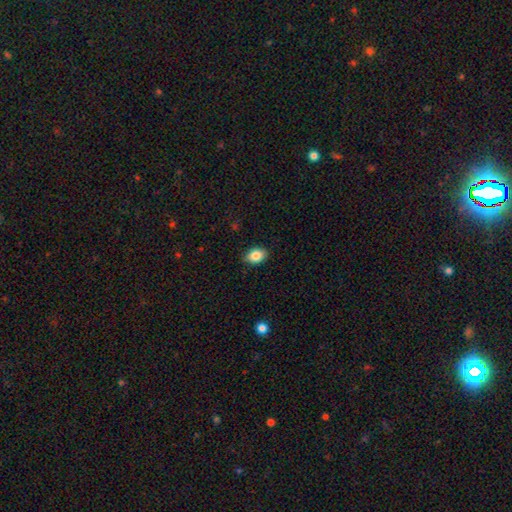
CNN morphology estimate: Overall: smooth (86%). How rounded: in between (78%). Merging: none (86%).